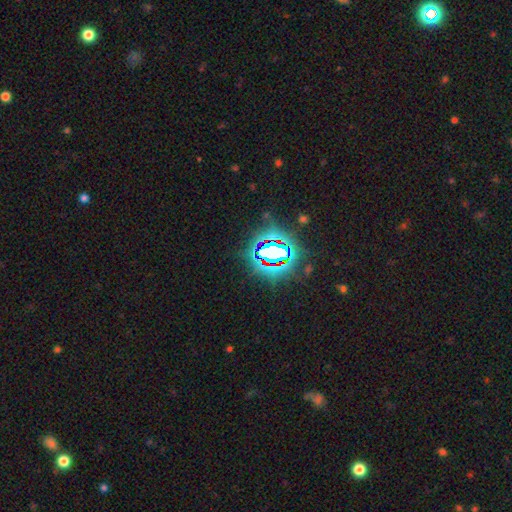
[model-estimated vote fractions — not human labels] Smooth or featured? Predicted: star or artifact (p=0.82).